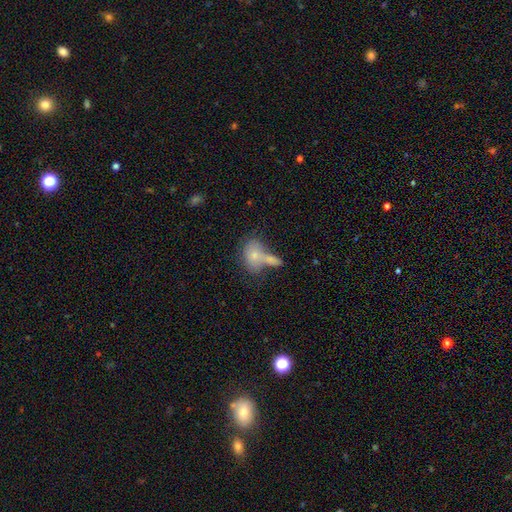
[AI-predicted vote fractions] Q: Smooth or featured?
A: smooth (72%); runner-up: featured or disk (20%)
Q: How rounded?
A: in between (77%); runner-up: round (20%)
Q: Merging?
A: merger (55%); runner-up: none (27%)